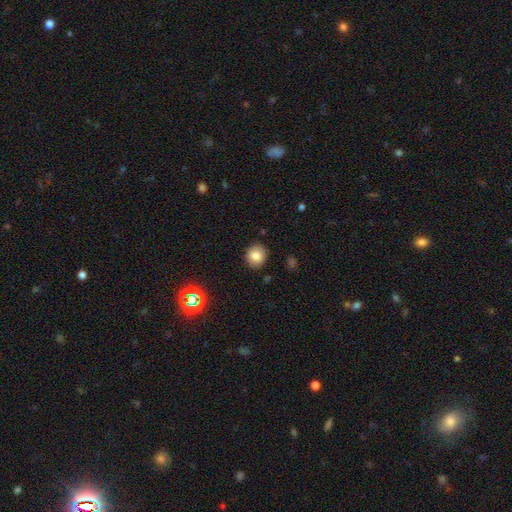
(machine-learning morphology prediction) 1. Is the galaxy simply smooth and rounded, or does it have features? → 81% smooth, 11% star or artifact, 8% featured or disk.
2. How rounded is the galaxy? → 76% round, 23% in between, 1% cigar-shaped.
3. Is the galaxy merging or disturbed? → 88% none, 9% minor disturbance, 2% major disturbance, 1% merger.